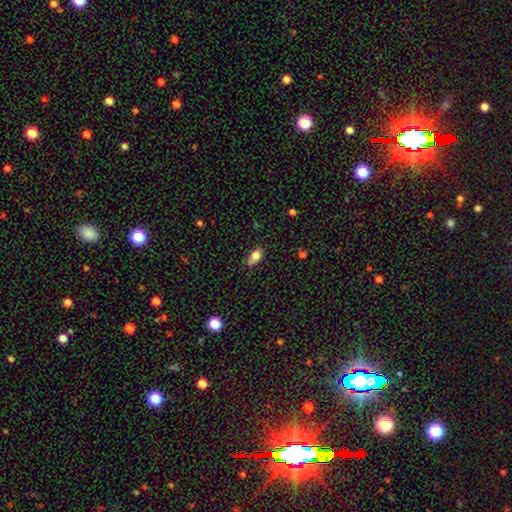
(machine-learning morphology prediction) A smooth galaxy with no disk features (80%) that is in between round and cigar-shaped (86%). Merging: none (55%).